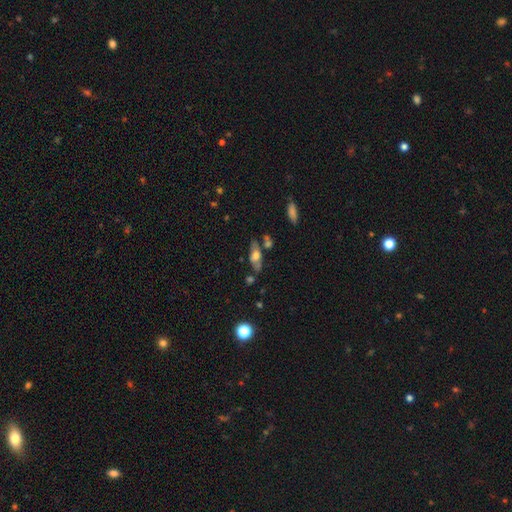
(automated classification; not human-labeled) Smooth or featured: featured or disk — 47% (smooth — 45%)
Merging: none — 66% (minor disturbance — 18%)